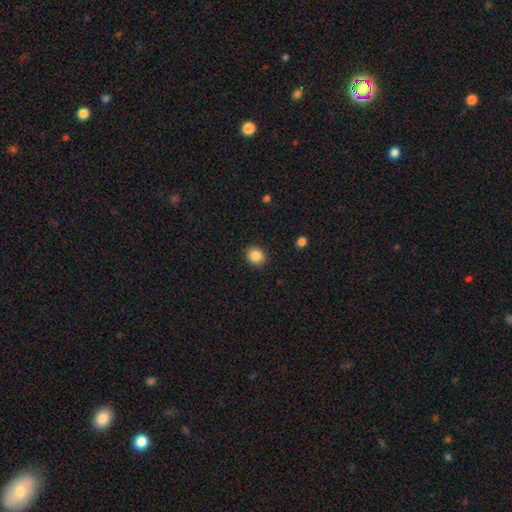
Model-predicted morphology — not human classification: This is clearly a smooth galaxy (86%). How rounded: likely round (74%). Merging: clearly none (89%).